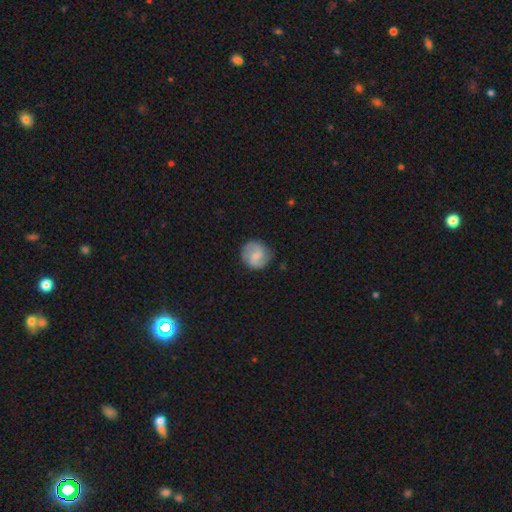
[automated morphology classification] Smooth or featured? Predicted: featured or disk (p=0.64). Edge-on disk? Predicted: no (p=0.98). Bar? Predicted: weak (p=0.54). Spiral arms? Predicted: yes (p=0.93). Spiral winding? Predicted: medium (p=0.51). Spiral arm count? Predicted: 2 (p=0.87). Bulge size? Predicted: small (p=0.43). Merging? Predicted: none (p=0.82).